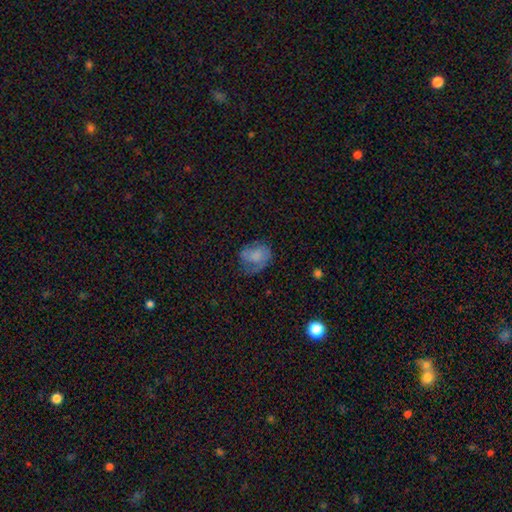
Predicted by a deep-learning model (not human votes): smooth_or_featured: smooth (p=0.57) [alt: featured or disk p=0.32]
how_rounded: in between (p=0.58) [alt: round p=0.40]
merging: none (p=0.42) [alt: minor disturbance p=0.30]